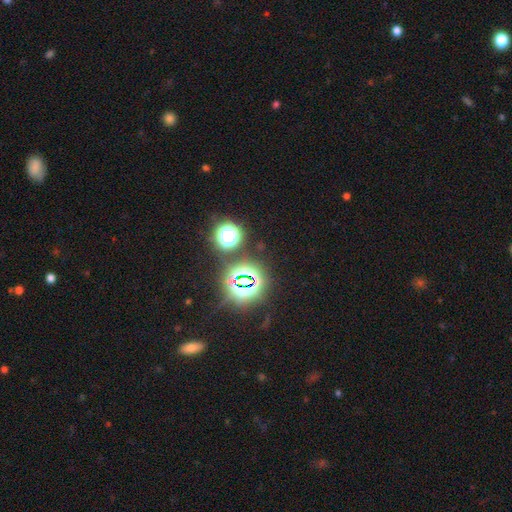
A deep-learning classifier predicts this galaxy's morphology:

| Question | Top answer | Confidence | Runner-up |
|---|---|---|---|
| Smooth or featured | star or artifact | 79% | smooth (14%) |